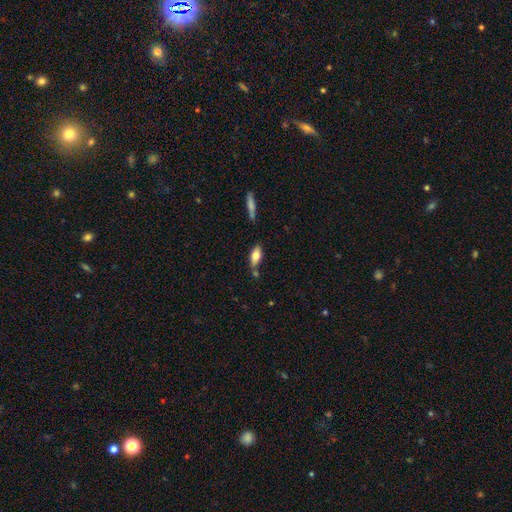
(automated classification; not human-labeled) A smooth galaxy with no disk features (73%) that is in between round and cigar-shaped (80%).

Vote fractions:
- Smooth or featured? smooth: 73% / featured or disk: 20% / star or artifact: 7%
- How rounded? in between: 80% / cigar-shaped: 17% / round: 3%
- Merging? none: 64% / minor disturbance: 19% / merger: 13% / major disturbance: 4%